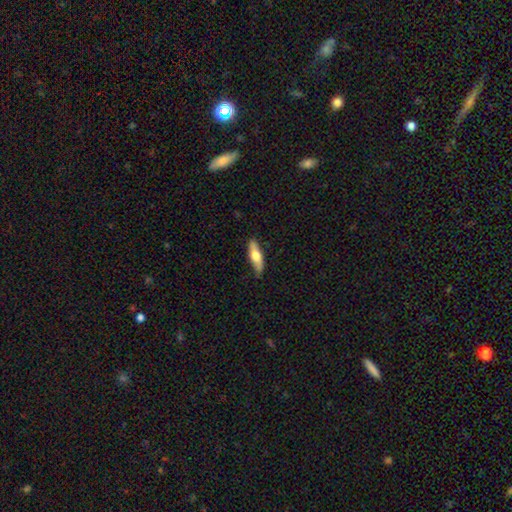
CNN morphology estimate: Q: Smooth or featured?
A: smooth (59%); runner-up: featured or disk (36%)
Q: How rounded?
A: cigar-shaped (56%); runner-up: in between (42%)
Q: Merging?
A: none (80%); runner-up: minor disturbance (16%)